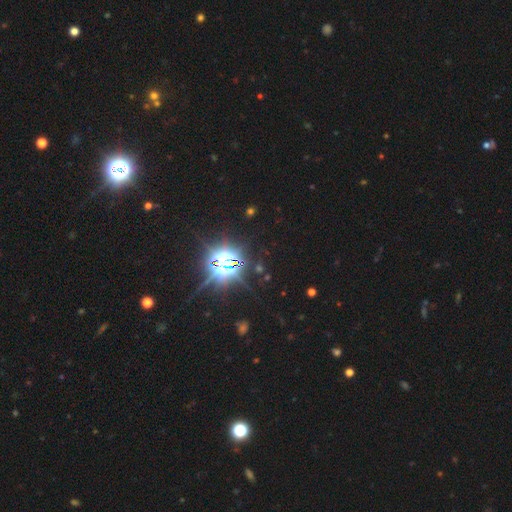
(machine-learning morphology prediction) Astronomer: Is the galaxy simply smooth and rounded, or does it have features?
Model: star or artifact — 84%.